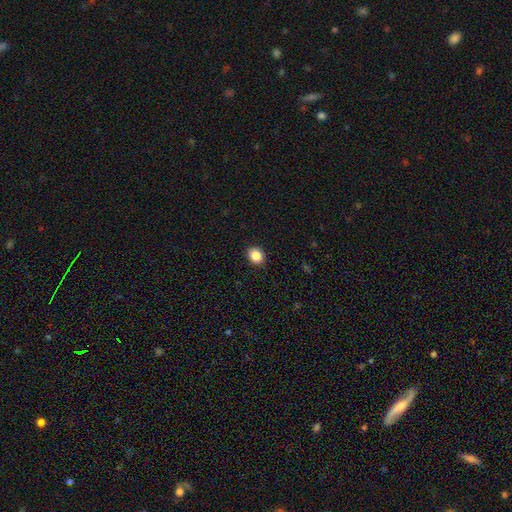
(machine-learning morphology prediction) This appears to be a smooth galaxy with no disk features (87%) that is round (63%). Merging: none (91%).